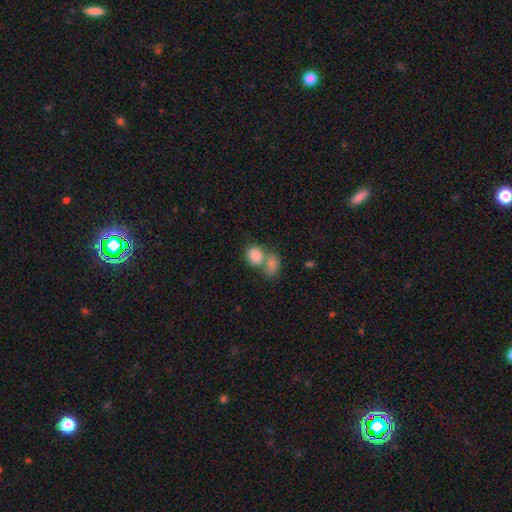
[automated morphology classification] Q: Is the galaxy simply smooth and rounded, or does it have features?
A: smooth — 85%.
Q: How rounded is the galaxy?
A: round — 54%.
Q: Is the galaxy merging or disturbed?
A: merger — 58%.